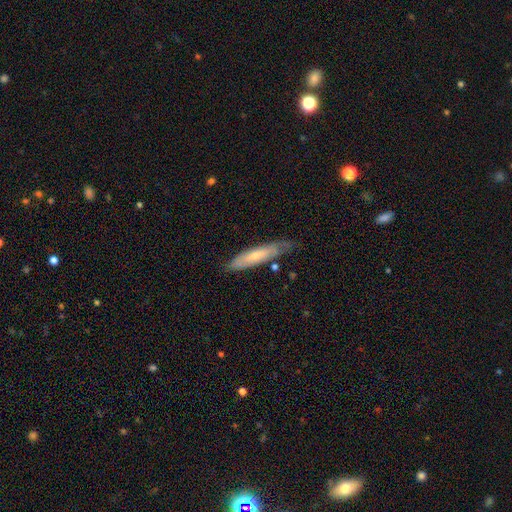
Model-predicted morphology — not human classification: Smooth or featured?
  - smooth: 54% *
  - featured or disk: 40%
  - star or artifact: 6%
How rounded?
  - cigar-shaped: 76% *
  - in between: 23%
  - round: 1%
Merging?
  - none: 64% *
  - minor disturbance: 27%
  - major disturbance: 6%
  - merger: 3%